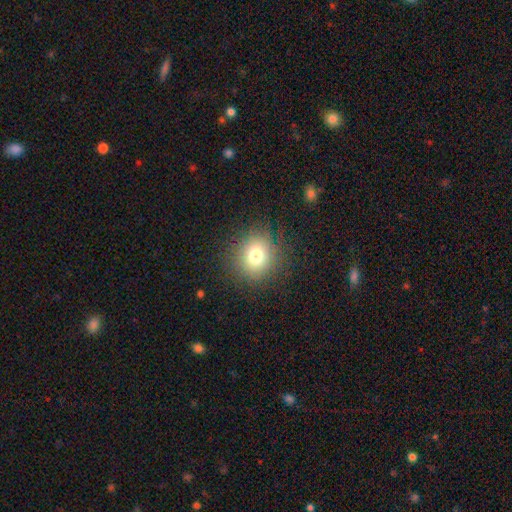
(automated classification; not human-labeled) Smooth or featured: smooth — 76% (star or artifact — 14%)
How rounded: round — 82% (in between — 17%)
Merging: none — 86% (minor disturbance — 9%)